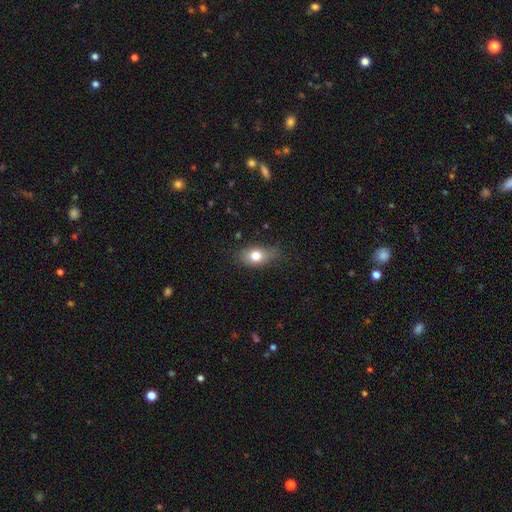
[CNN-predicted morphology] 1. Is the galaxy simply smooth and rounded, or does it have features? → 75% smooth, 15% featured or disk, 10% star or artifact.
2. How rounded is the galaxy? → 75% in between, 21% round, 4% cigar-shaped.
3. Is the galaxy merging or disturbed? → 57% none, 31% minor disturbance, 10% major disturbance, 2% merger.